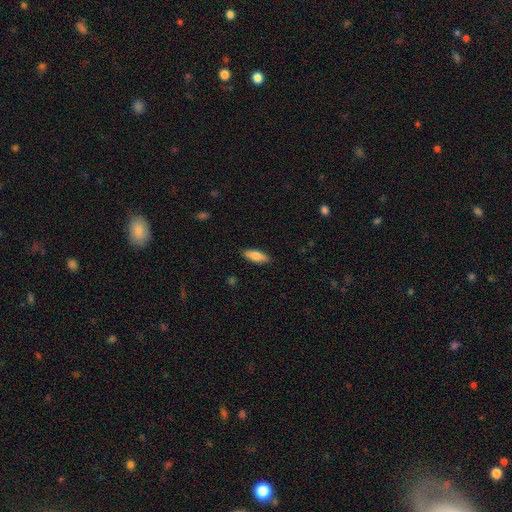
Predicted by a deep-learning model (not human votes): smooth 79%, featured or disk 15%, star or artifact 6%. Down the decision tree: how rounded — in between (68%); merging — none (88%).